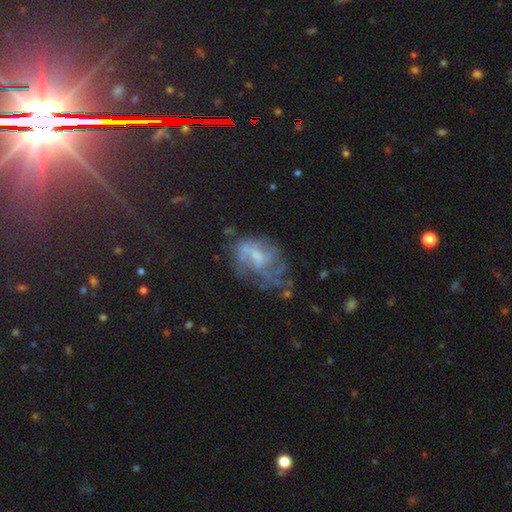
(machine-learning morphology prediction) smooth-or-featured: featured or disk: 63% | smooth: 22% | star or artifact: 15%
  disk-edge-on: no: 97% | yes: 3%
    bar: no: 54% | weak: 38% | strong: 7%
    has-spiral-arms: yes: 63% | no: 37%
    bulge-size: small: 42% | moderate: 34% | none: 19% | large: 4% | dominant: 1%
  merging: none: 39% | major disturbance: 32% | minor disturbance: 23% | merger: 5%